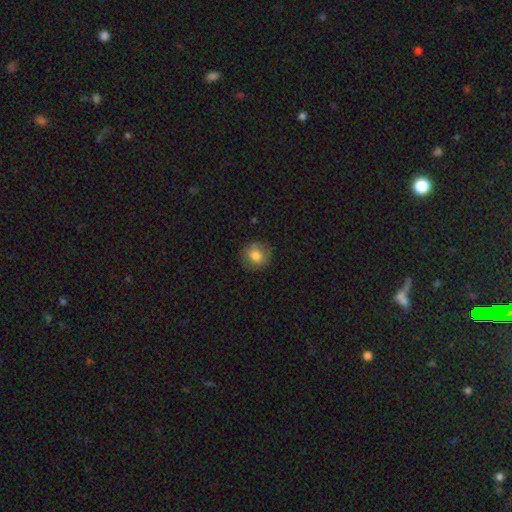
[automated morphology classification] Smooth or featured? smooth (78%)
How rounded? round (84%)
Merging? none (83%)